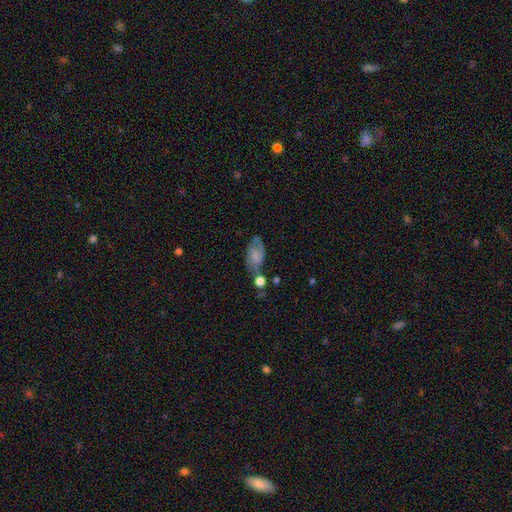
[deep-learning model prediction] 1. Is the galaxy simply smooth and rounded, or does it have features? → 47% smooth, 44% featured or disk, 10% star or artifact.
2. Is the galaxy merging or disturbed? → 33% none, 25% minor disturbance, 24% merger, 19% major disturbance.